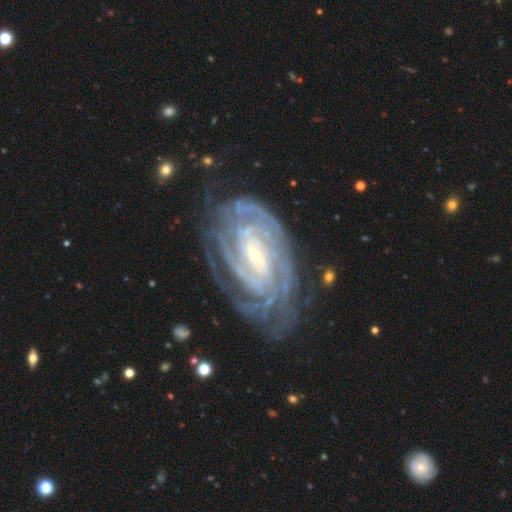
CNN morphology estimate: Smooth or featured? Predicted: featured or disk (p=0.91). Edge-on disk? Predicted: no (p=0.96). Bar? Predicted: weak (p=0.41). Spiral arms? Predicted: yes (p=0.98). Spiral winding? Predicted: tight (p=0.78). Spiral arm count? Predicted: can't tell (p=0.26). Bulge size? Predicted: small (p=0.72). Merging? Predicted: none (p=0.70).